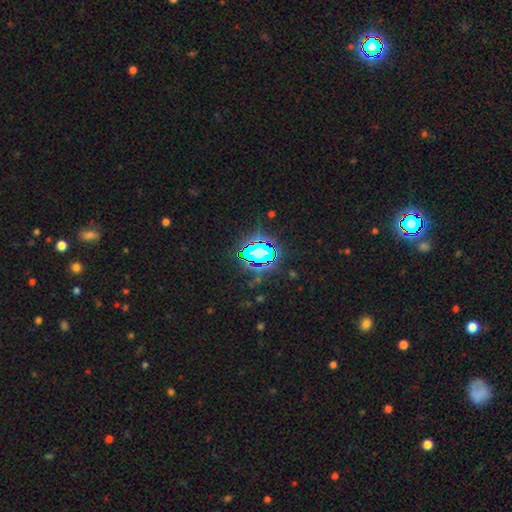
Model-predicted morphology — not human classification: The model was most divided on "smooth or featured": star or artifact: 66%, smooth: 22%, featured or disk: 13%.